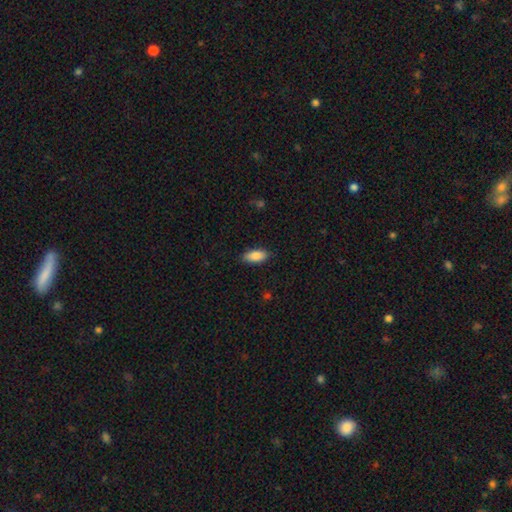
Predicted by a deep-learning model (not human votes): Morphology: type=smooth (87%); roundness=in between (87%); merging=none (85%).